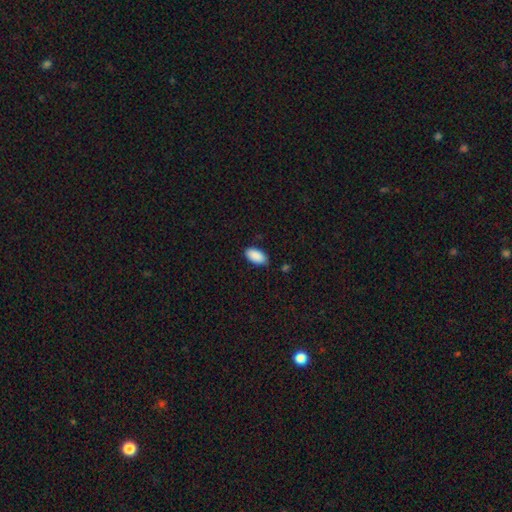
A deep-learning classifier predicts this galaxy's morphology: Smooth or featured: smooth — 91% (star or artifact — 6%)
How rounded: in between — 95% (cigar-shaped — 3%)
Merging: none — 82% (minor disturbance — 14%)